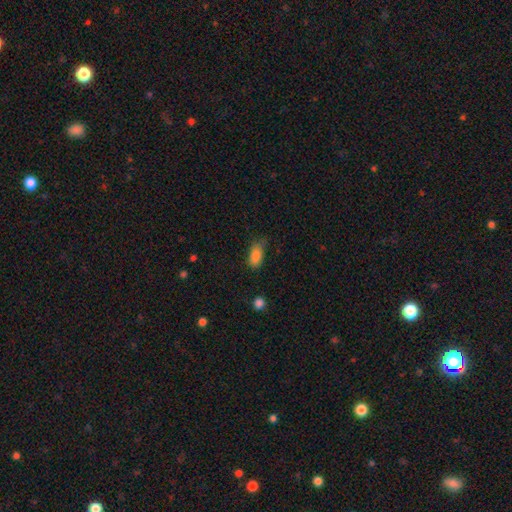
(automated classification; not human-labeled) smooth 85%, star or artifact 9%, featured or disk 6%. Down the decision tree: how rounded — in between (89%); merging — none (59%).